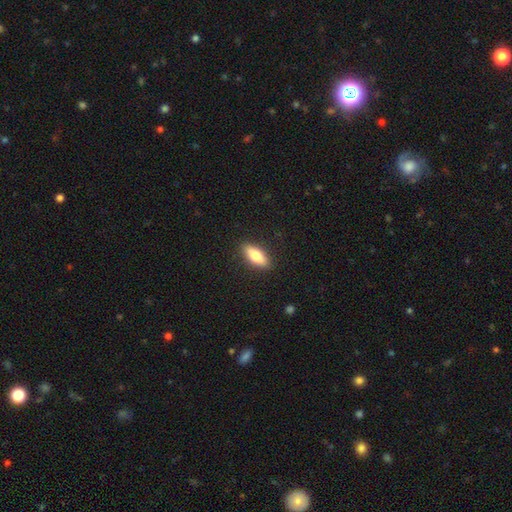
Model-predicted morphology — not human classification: Q: Smooth or featured?
A: smooth (75%); runner-up: featured or disk (19%)
Q: How rounded?
A: in between (68%); runner-up: cigar-shaped (30%)
Q: Merging?
A: none (89%); runner-up: minor disturbance (8%)